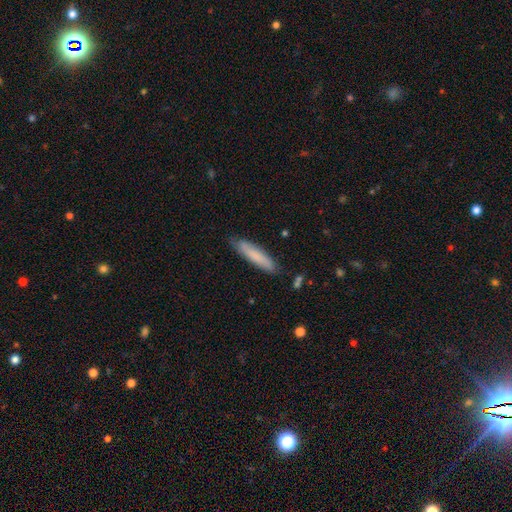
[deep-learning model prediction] Smooth or featured? smooth (75%)
How rounded? cigar-shaped (85%)
Merging? none (81%)